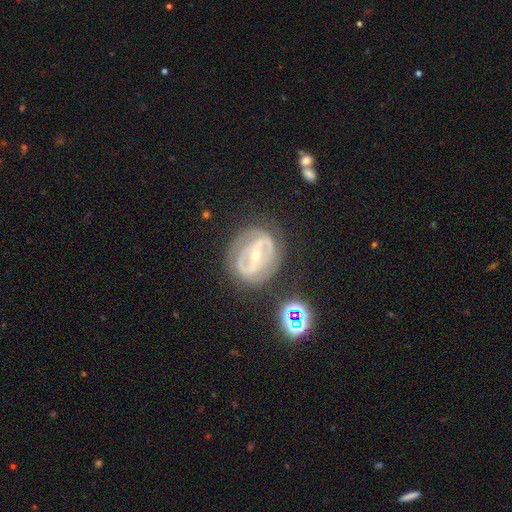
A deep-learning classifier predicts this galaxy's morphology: Smooth or featured? Predicted: featured or disk (p=0.79). Edge-on disk? Predicted: no (p=0.94). Bar? Predicted: strong (p=0.65). Spiral arms? Predicted: yes (p=0.56). Bulge size? Predicted: small (p=0.59). Merging? Predicted: none (p=0.71).